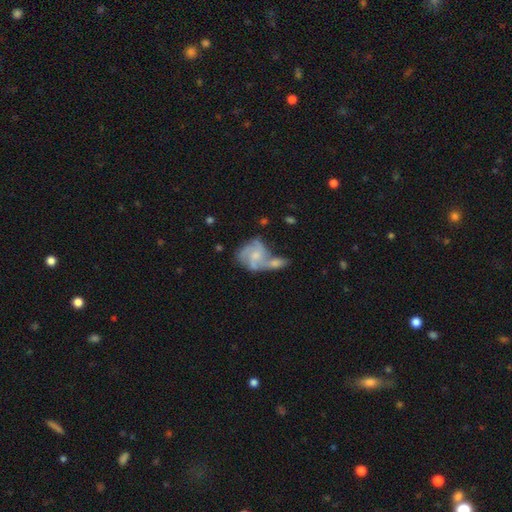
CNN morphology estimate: Smooth or featured: featured or disk — 72% (smooth — 21%)
Edge-on disk: no — 97% (yes — 3%)
Bar: no — 69% (weak — 27%)
Spiral arms: yes — 88% (no — 12%)
Spiral winding: medium — 49% (tight — 30%)
Spiral arm count: 3 — 45% (2 — 18%)
Bulge size: small — 51% (moderate — 36%)
Merging: merger — 47% (none — 28%)